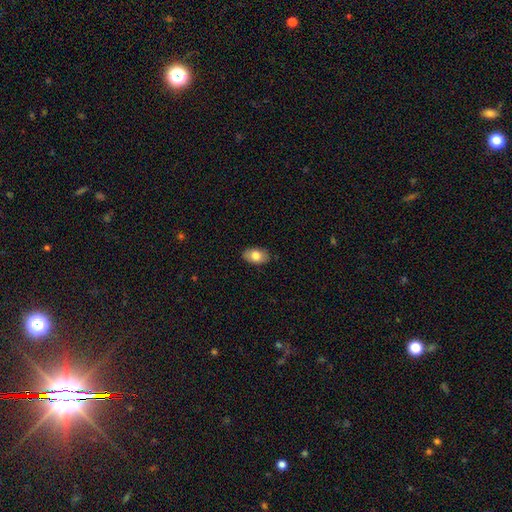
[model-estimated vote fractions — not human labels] smooth 78%, featured or disk 15%, star or artifact 7%. Down the decision tree: how rounded — in between (90%); merging — none (87%).